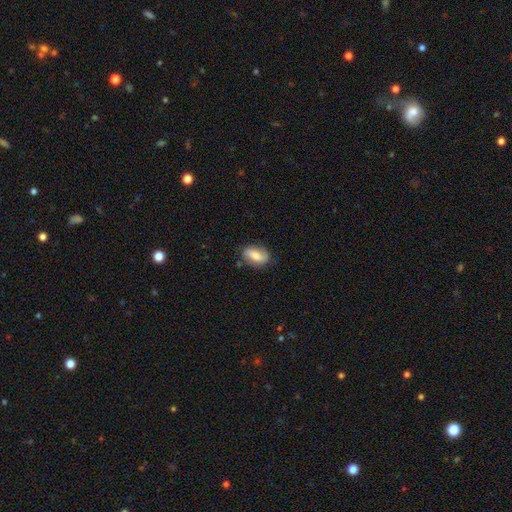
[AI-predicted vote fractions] This appears to be a smooth galaxy with no disk features (65%) that is in between round and cigar-shaped (88%). Merging: none (74%).